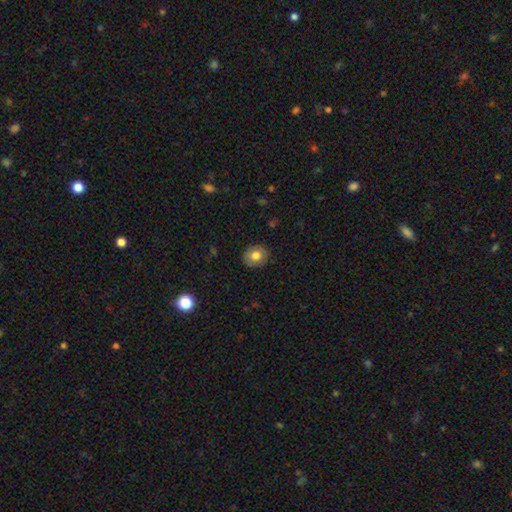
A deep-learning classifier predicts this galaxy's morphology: smooth-or-featured: smooth: 77% | featured or disk: 14% | star or artifact: 9%
  how-rounded: round: 70% | in between: 29% | cigar-shaped: 1%
  merging: none: 89% | minor disturbance: 8% | major disturbance: 2% | merger: 1%